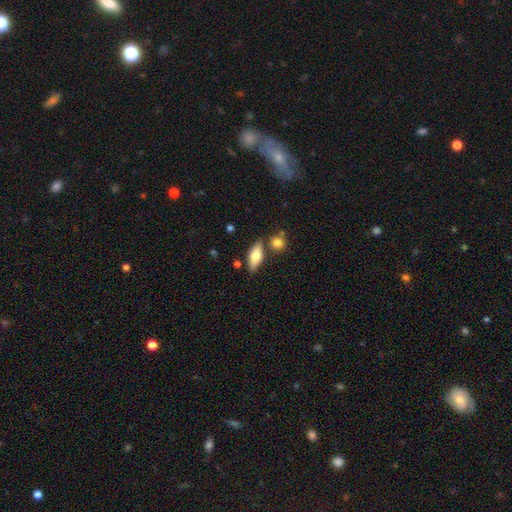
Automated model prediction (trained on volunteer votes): Smooth or featured?
  - smooth: 69% *
  - featured or disk: 25%
  - star or artifact: 6%
How rounded?
  - in between: 73% *
  - cigar-shaped: 24%
  - round: 4%
Merging?
  - none: 74% *
  - minor disturbance: 12%
  - merger: 11%
  - major disturbance: 3%